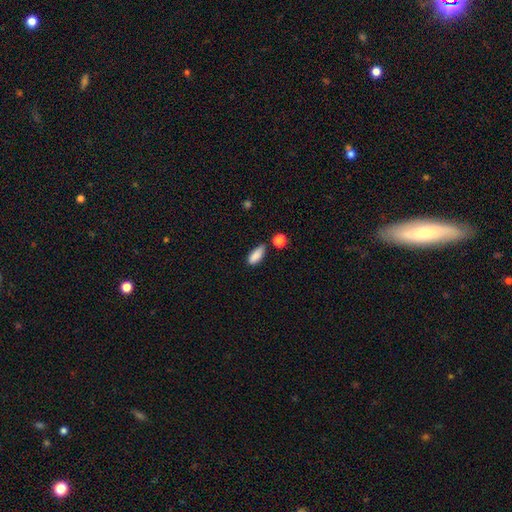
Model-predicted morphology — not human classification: Q: Smooth or featured?
A: smooth (86%); runner-up: star or artifact (8%)
Q: How rounded?
A: in between (76%); runner-up: cigar-shaped (20%)
Q: Merging?
A: none (64%); runner-up: minor disturbance (24%)